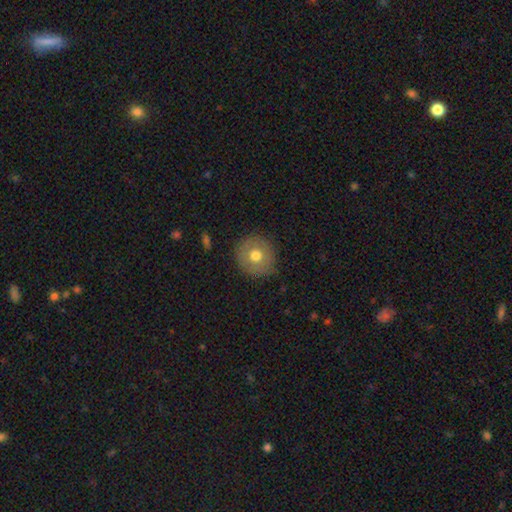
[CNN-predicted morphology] This appears to be a smooth galaxy with no disk features (70%) that is round (93%). Merging: none (85%).